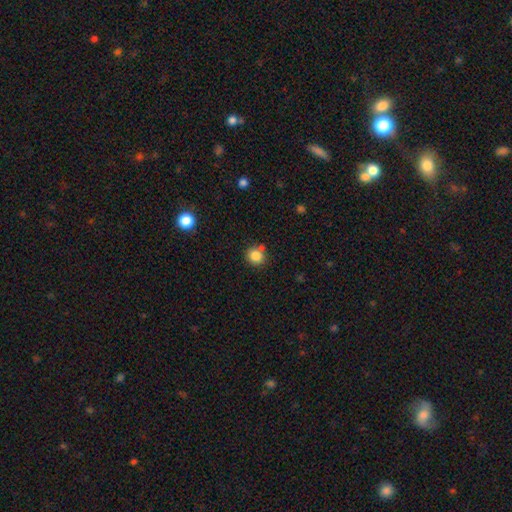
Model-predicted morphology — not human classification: type=smooth (85%); roundness=round (87%); merging=none (74%).